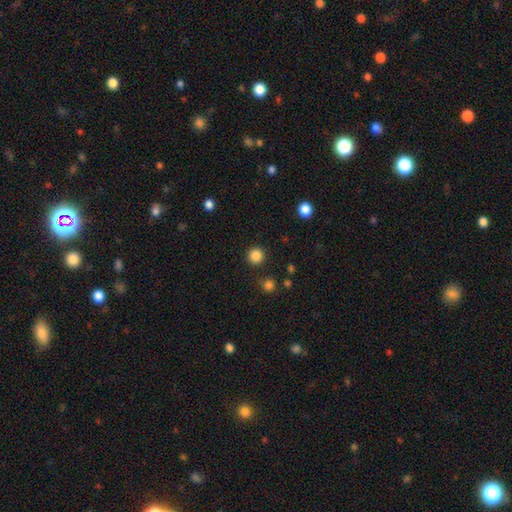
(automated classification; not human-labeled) Overall: smooth (85%). How rounded: round (95%). Merging: none (91%).